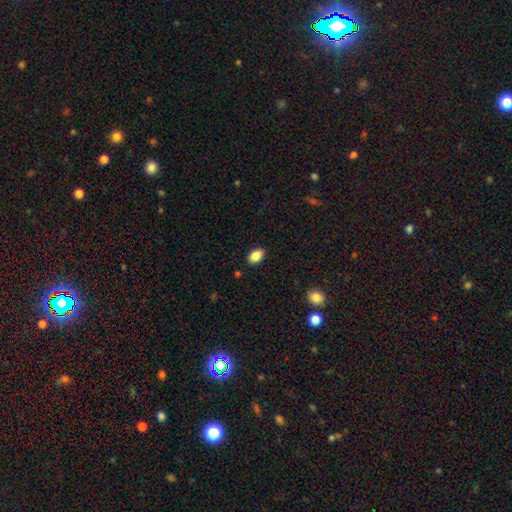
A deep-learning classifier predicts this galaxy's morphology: This is clearly a smooth galaxy (87%). How rounded: clearly in between (87%). Merging: clearly none (89%).